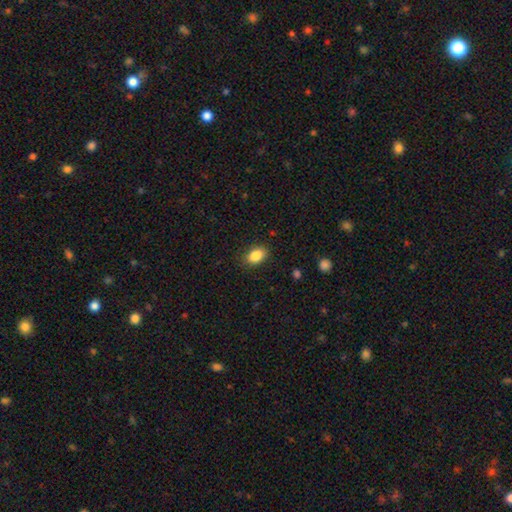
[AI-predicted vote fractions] Smooth or featured?
  - smooth: 87% *
  - star or artifact: 8%
  - featured or disk: 5%
How rounded?
  - in between: 82% *
  - round: 16%
  - cigar-shaped: 1%
Merging?
  - none: 85% *
  - minor disturbance: 11%
  - major disturbance: 3%
  - merger: 1%